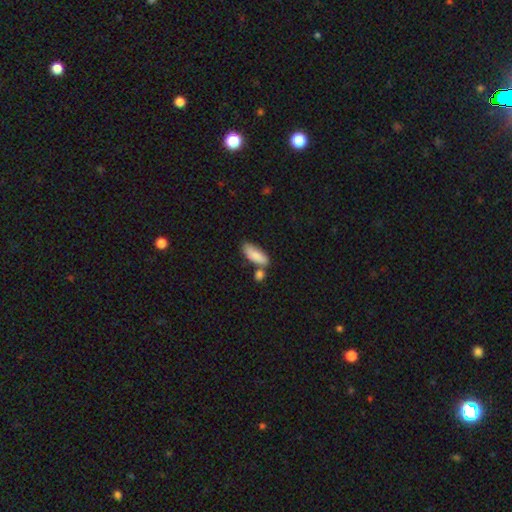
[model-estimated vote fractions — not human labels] The model was most divided on "merging": none: 53%, merger: 22%, minor disturbance: 19%, major disturbance: 6%. More confident: smooth or featured — smooth (85%); how rounded — in between (70%).